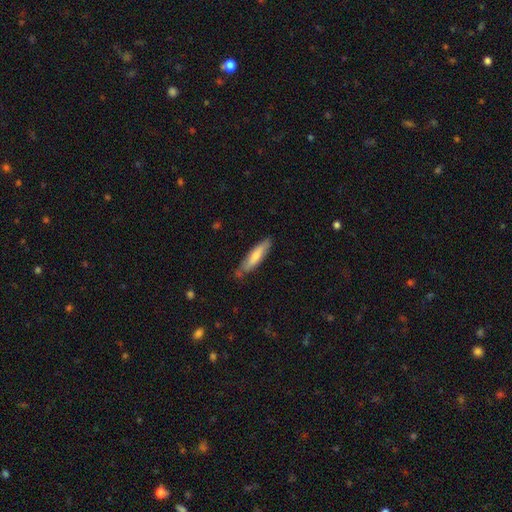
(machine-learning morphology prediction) Smooth or featured? smooth (68%)
How rounded? cigar-shaped (78%)
Merging? none (76%)